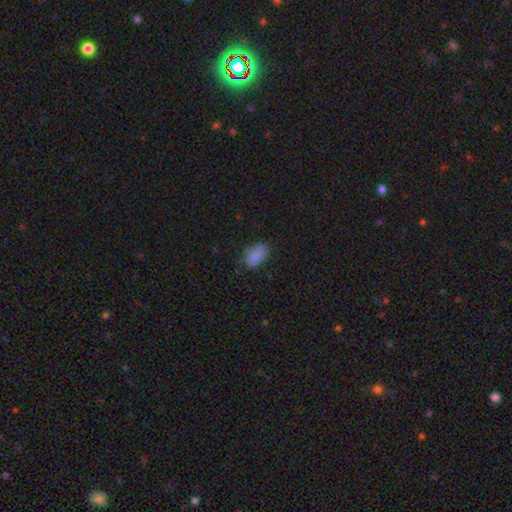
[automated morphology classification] smooth 86%, star or artifact 9%, featured or disk 5%. Down the decision tree: how rounded — in between (88%); merging — none (75%).